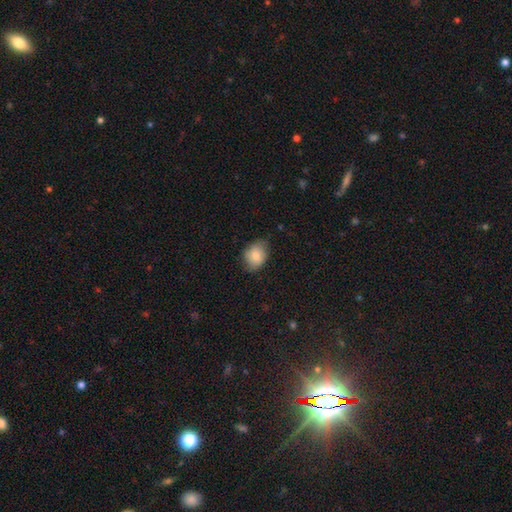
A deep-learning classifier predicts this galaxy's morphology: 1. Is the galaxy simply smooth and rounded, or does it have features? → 81% smooth, 11% featured or disk, 7% star or artifact.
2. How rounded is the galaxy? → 61% in between, 38% round, 1% cigar-shaped.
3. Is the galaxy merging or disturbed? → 70% none, 24% minor disturbance, 4% major disturbance, 1% merger.